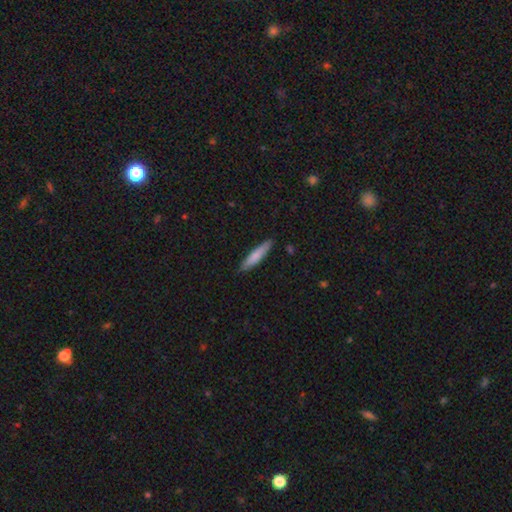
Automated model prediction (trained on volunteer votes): Smooth or featured?
  - smooth: 77% *
  - featured or disk: 17%
  - star or artifact: 5%
How rounded?
  - cigar-shaped: 86% *
  - in between: 13%
  - round: 1%
Merging?
  - none: 86% *
  - minor disturbance: 11%
  - major disturbance: 2%
  - merger: 1%